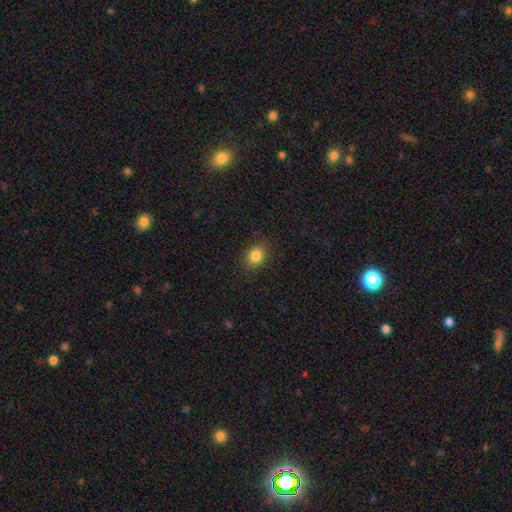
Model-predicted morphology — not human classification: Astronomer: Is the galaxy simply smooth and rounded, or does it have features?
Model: smooth — 84%.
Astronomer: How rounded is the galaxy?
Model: in between — 51% (runner-up: round, 48%).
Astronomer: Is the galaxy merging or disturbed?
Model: none — 86%.